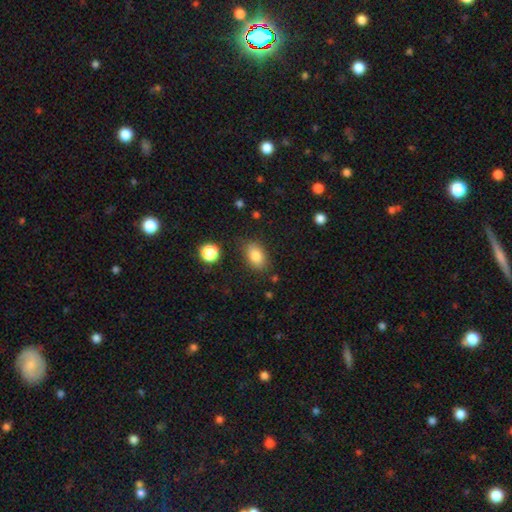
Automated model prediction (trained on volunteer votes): smooth-or-featured: smooth: 84% | star or artifact: 9% | featured or disk: 7%
  how-rounded: in between: 86% | round: 12% | cigar-shaped: 2%
  merging: none: 80% | minor disturbance: 13% | major disturbance: 4% | merger: 3%